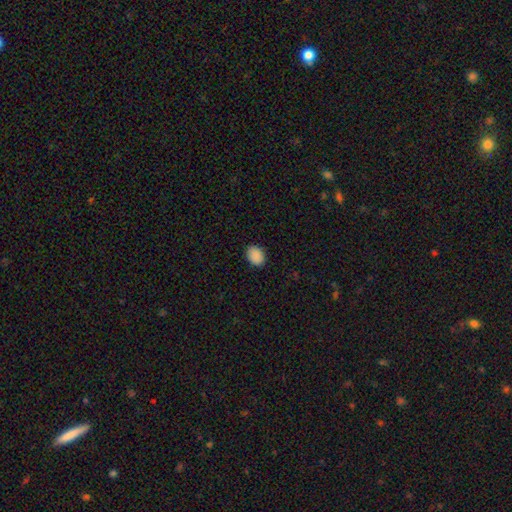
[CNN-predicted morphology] smooth-or-featured: smooth: 89% | star or artifact: 8% | featured or disk: 3%
  how-rounded: in between: 66% | round: 33% | cigar-shaped: 1%
  merging: none: 87% | minor disturbance: 10% | major disturbance: 2% | merger: 1%